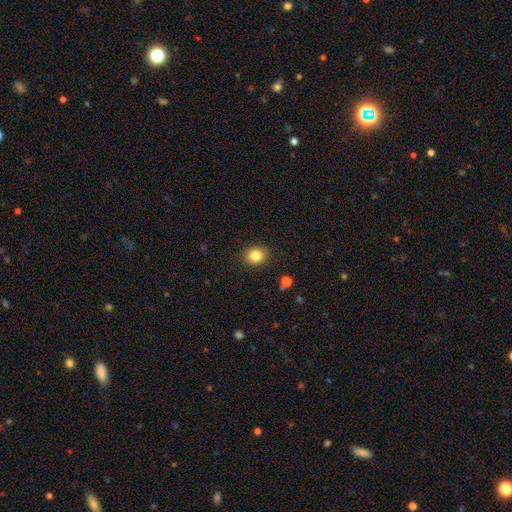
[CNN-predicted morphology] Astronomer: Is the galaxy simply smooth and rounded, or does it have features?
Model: smooth — 83%.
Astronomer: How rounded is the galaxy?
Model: round — 65%.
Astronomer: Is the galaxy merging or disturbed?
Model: none — 90%.